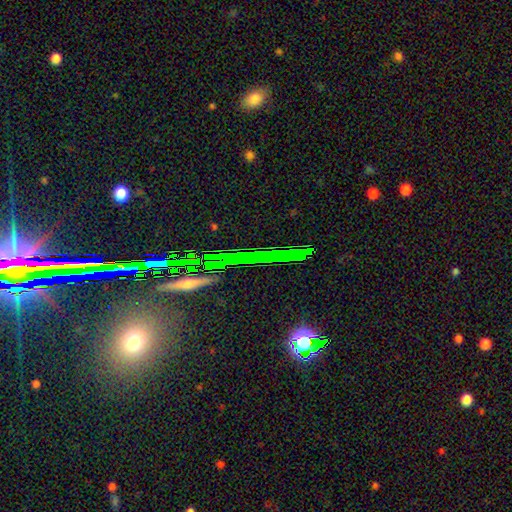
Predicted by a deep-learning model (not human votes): A star or artifact, not a galaxy (66%).

Vote fractions:
- Smooth or featured? star or artifact: 66% / featured or disk: 18% / smooth: 16%